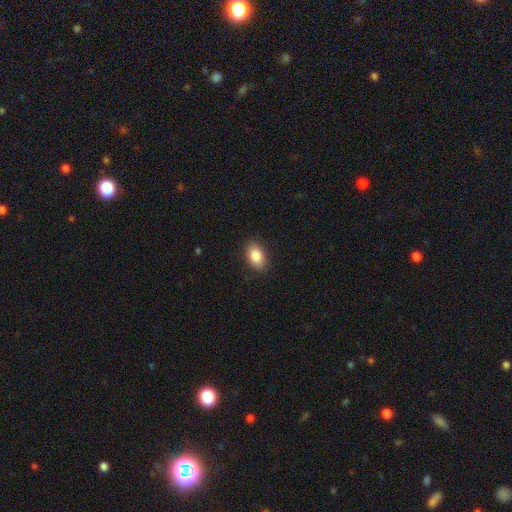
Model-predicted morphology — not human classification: Smooth or featured? Predicted: smooth (p=0.85). How rounded? Predicted: in between (p=0.89). Merging? Predicted: none (p=0.88).